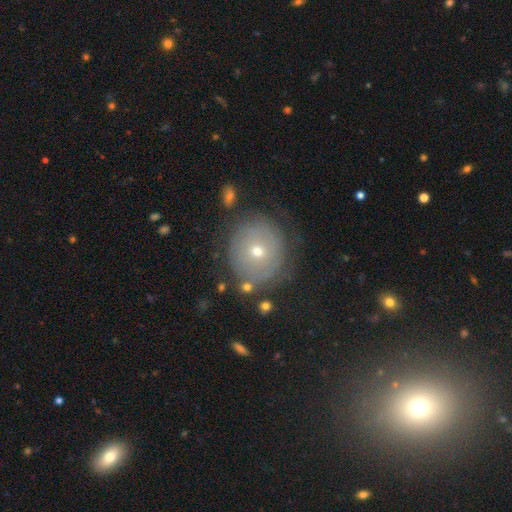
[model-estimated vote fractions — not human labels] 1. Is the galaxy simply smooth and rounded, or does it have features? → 37% featured or disk (tied), 37% star or artifact (tied), 26% smooth.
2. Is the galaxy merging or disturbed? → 84% none, 9% minor disturbance, 4% major disturbance, 3% merger.